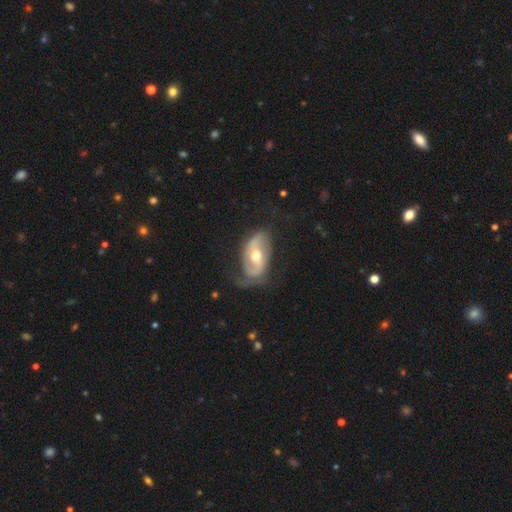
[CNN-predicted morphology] A featured or disk galaxy (78%) with a weak bar (37%), 2 (78%) loose (41%) spiral arms (85%) and a moderate central bulge (71%).

Vote fractions:
- Smooth or featured? featured or disk: 78% / smooth: 17% / star or artifact: 5%
- Edge-on disk? no: 94% / yes: 6%
- Bar? weak: 37% / strong: 32% / no: 31%
- Spiral arms? yes: 85% / no: 15%
- Spiral winding? loose: 41% / medium: 37% / tight: 22%
- Spiral arm count? 2: 78% / 1: 10% / can't tell: 9% / 3: 1% / 4: 1% / more than 4: 1%
- Bulge size? moderate: 71% / small: 22% / large: 5% / dominant: 1% / none: 1%
- Merging? none: 60% / minor disturbance: 23% / major disturbance: 16% / merger: 2%